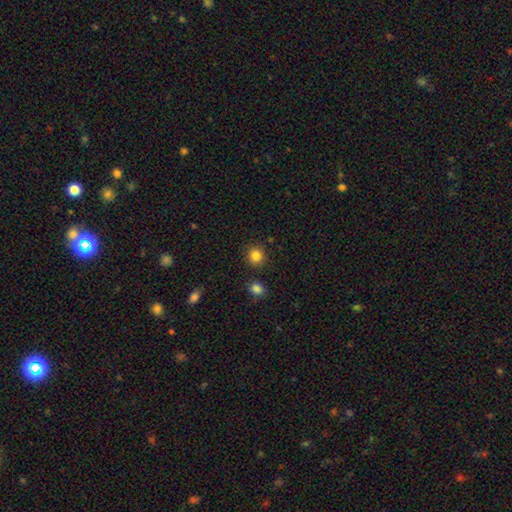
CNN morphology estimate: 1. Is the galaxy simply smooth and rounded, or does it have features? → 85% smooth, 11% star or artifact, 4% featured or disk.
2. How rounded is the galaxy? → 90% round, 9% in between, 1% cigar-shaped.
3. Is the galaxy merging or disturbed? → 87% none, 7% minor disturbance, 3% merger, 2% major disturbance.